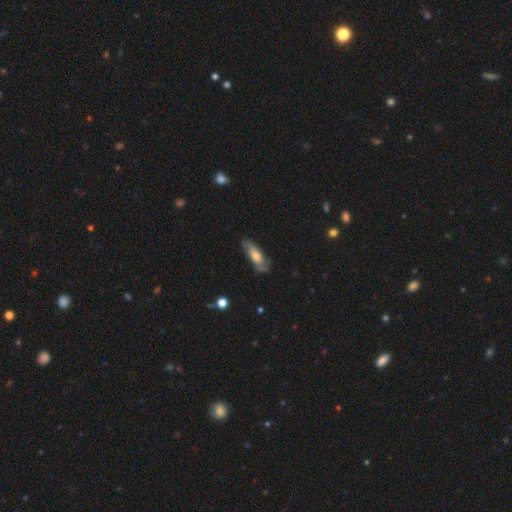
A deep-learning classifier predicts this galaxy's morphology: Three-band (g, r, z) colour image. It shows a featured or disk galaxy (47%). Merging: none (71%).